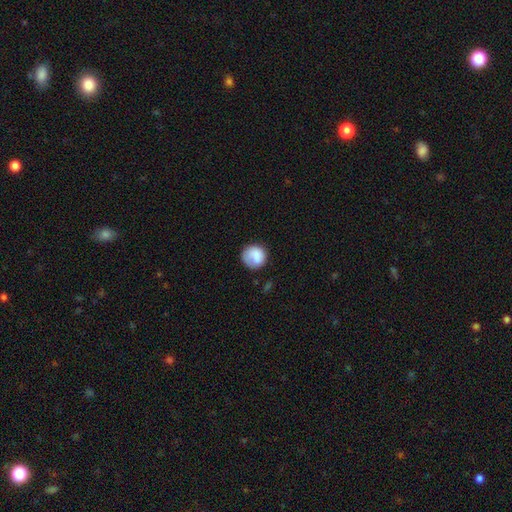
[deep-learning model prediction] Smooth or featured? smooth (80%)
How rounded? round (88%)
Merging? none (68%)